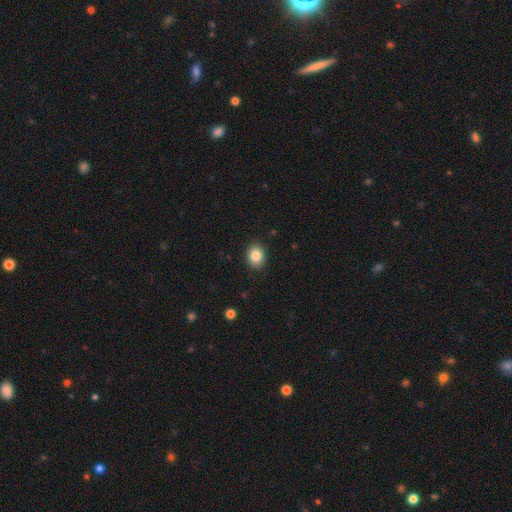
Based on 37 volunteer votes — A smooth galaxy with no disk features (84%) that is in between round and cigar-shaped (52%). Merging: none (97%).